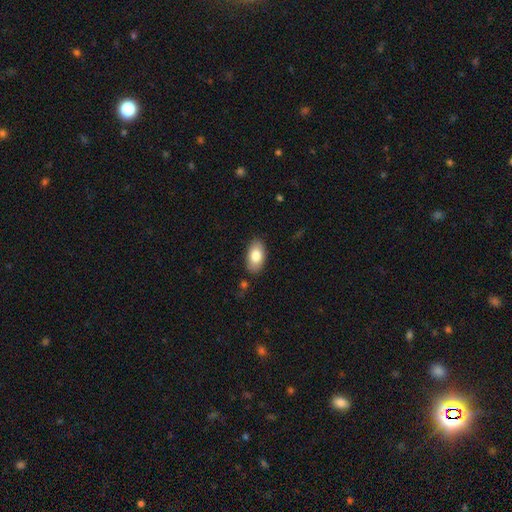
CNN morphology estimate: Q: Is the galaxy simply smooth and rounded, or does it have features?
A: smooth — 81%.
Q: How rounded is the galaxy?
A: in between — 94%.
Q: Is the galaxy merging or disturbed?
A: none — 86%.